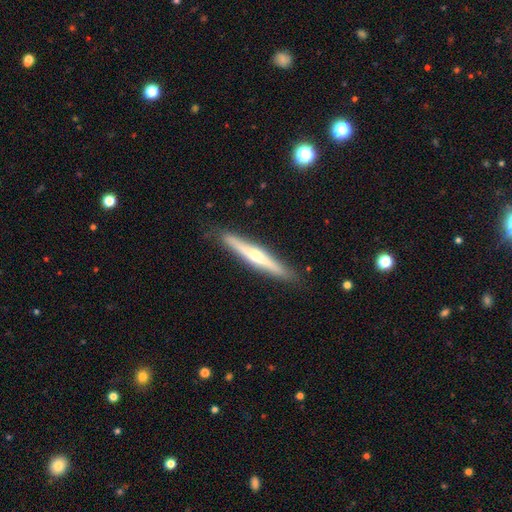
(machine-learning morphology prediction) Overall: featured or disk (62%; smooth 32%). Edge-on disk: yes (97%). Edge-on bulge: rounded (79%). Merging: none (88%).